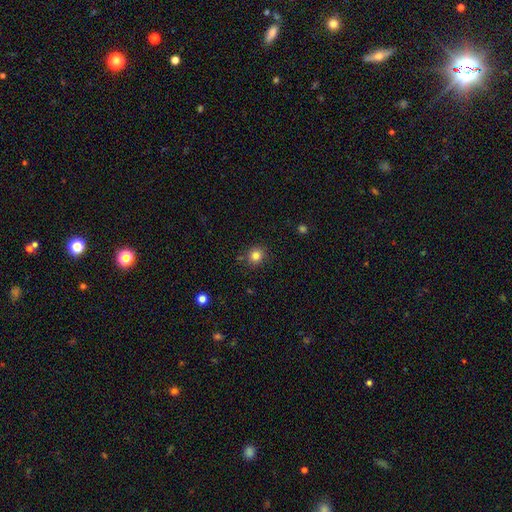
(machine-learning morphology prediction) Overall: smooth (82%). How rounded: round (88%). Merging: none (85%).